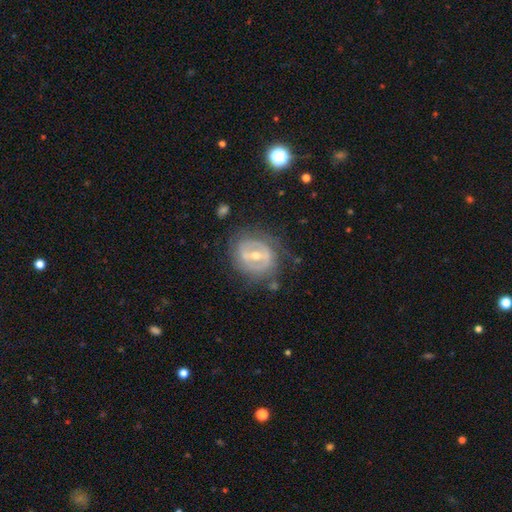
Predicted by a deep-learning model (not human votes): The model was most divided on "spiral arms" (2-way tie): yes: 50%, no: 50%. More confident: edge-on disk — no (95%); smooth or featured — featured or disk (77%); merging — none (69%); bulge size — moderate (59%); bar — strong (51%).